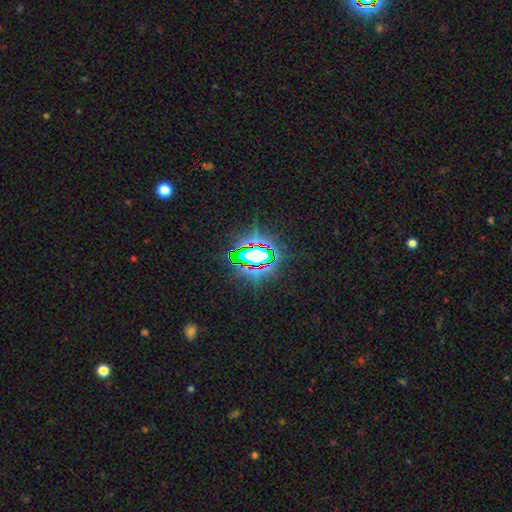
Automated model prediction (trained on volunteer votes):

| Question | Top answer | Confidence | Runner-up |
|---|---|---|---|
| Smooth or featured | star or artifact | 73% | smooth (16%) |